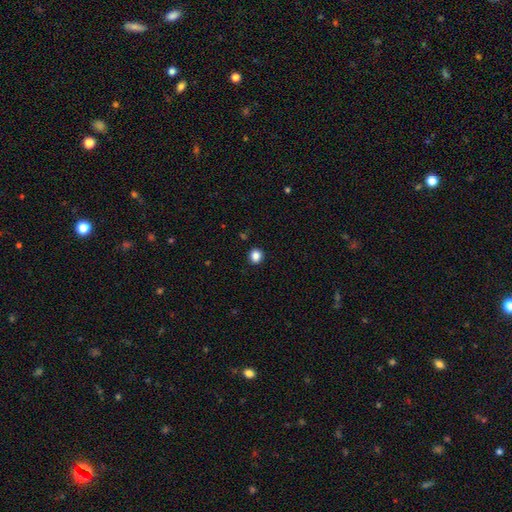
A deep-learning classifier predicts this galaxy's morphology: type=smooth (85%); roundness=round (82%); merging=none (91%).